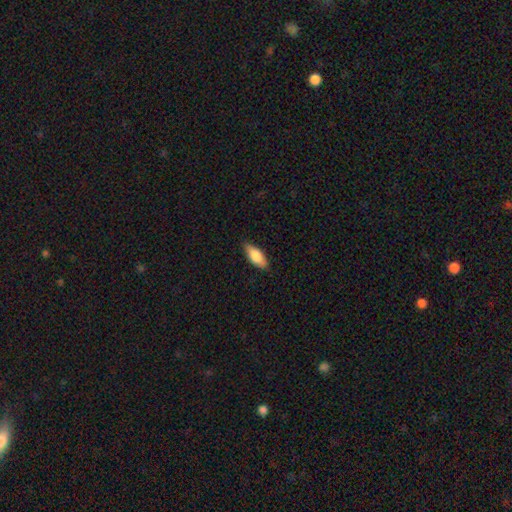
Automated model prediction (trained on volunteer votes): This appears to be a smooth galaxy with no disk features (80%) that is in between round and cigar-shaped (78%). Merging: none (84%).